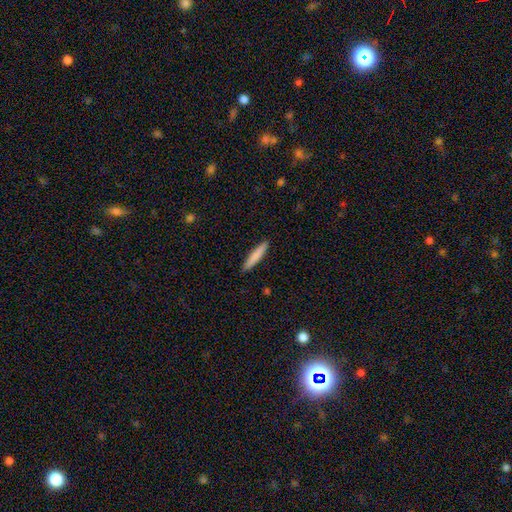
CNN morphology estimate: smooth-or-featured: smooth: 81% | featured or disk: 14% | star or artifact: 6%
  how-rounded: cigar-shaped: 92% | in between: 6% | round: 1%
  merging: none: 91% | minor disturbance: 7% | major disturbance: 1% | merger: 1%